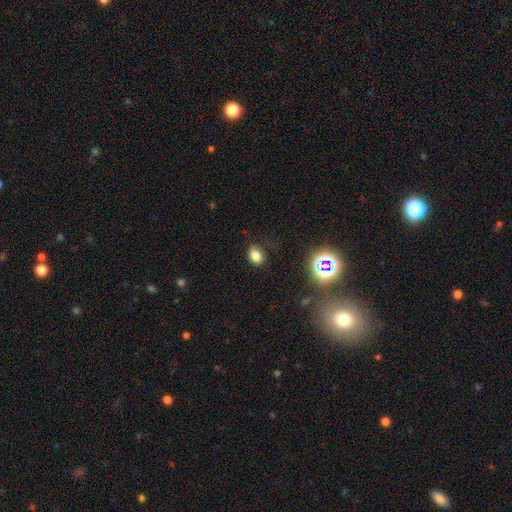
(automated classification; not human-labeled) smooth 77%, star or artifact 16%, featured or disk 7%. Down the decision tree: how rounded — in between (76%); merging — none (79%).